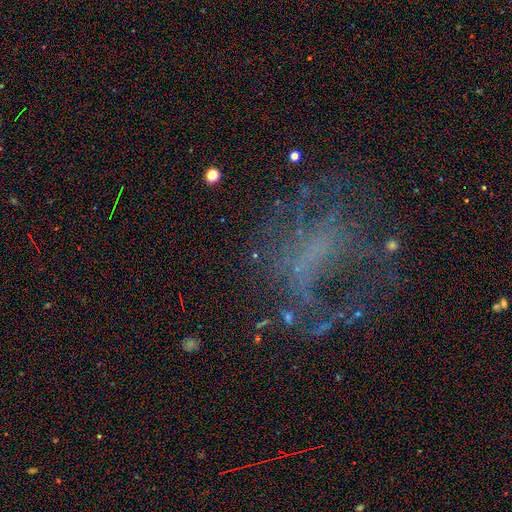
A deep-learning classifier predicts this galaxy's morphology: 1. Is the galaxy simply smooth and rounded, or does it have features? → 41% featured or disk, 37% star or artifact, 22% smooth.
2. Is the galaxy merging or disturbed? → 55% none, 24% major disturbance, 15% minor disturbance, 6% merger.